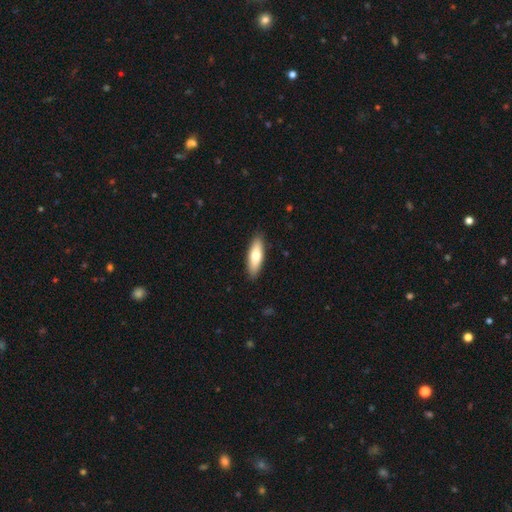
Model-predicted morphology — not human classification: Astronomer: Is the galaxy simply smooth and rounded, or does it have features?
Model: smooth — 71%.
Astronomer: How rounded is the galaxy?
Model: in between — 53% (runner-up: cigar-shaped, 45%).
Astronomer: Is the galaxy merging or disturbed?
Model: none — 89%.